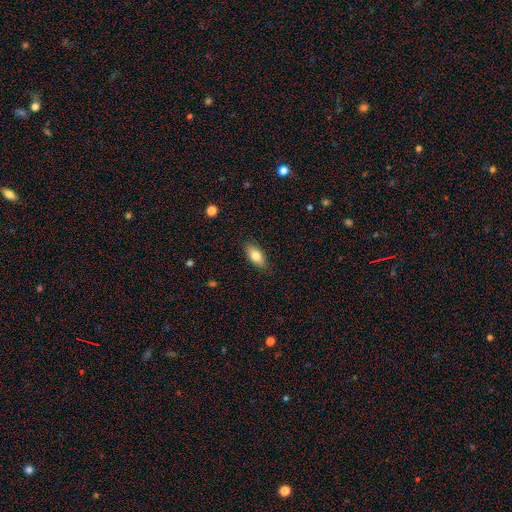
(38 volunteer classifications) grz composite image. It shows a smooth galaxy with no disk features (92%) that is in between round and cigar-shaped (86%). Merging: none (89%).